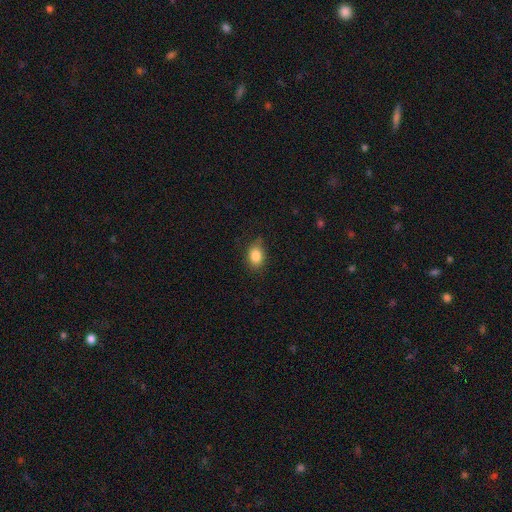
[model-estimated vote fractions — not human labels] smooth 85%, star or artifact 9%, featured or disk 6%. Down the decision tree: how rounded — in between (74%); merging — none (75%).